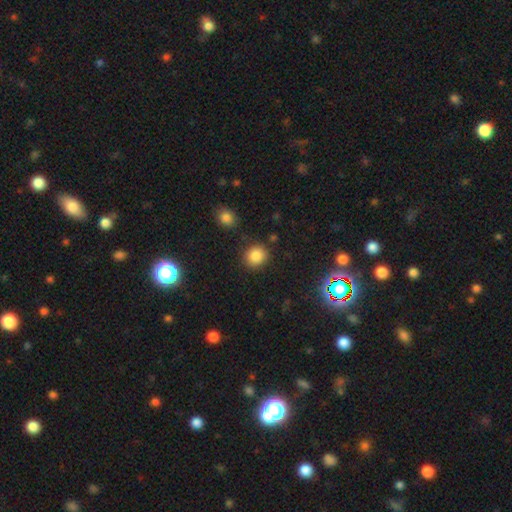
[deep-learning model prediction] A smooth galaxy with no disk features (84%) that is round (83%). Merging: none (84%).